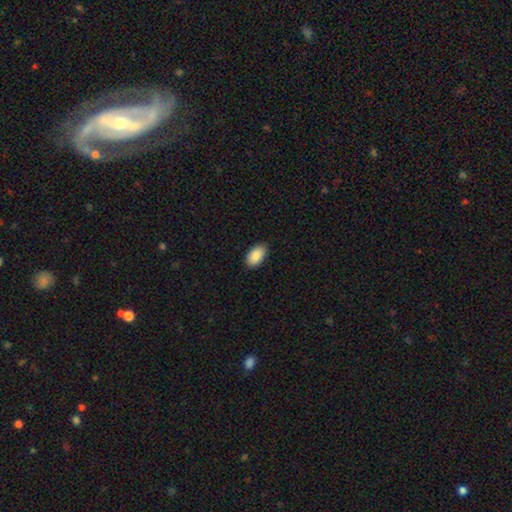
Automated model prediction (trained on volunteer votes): This is clearly a smooth galaxy (90%). How rounded: clearly in between (95%). Merging: clearly none (89%).